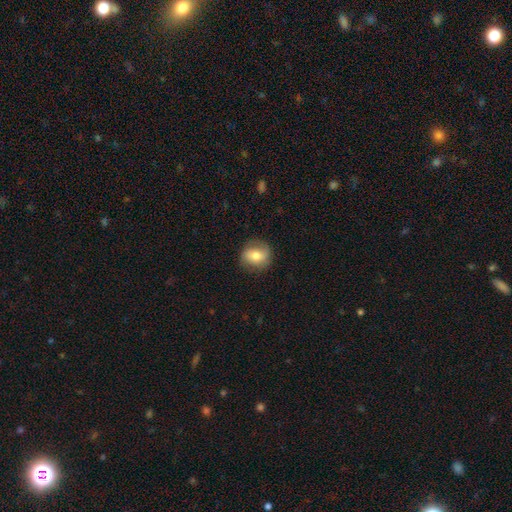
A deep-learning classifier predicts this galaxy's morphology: This is possibly a smooth galaxy (59%). How rounded: likely round (71%). Merging: likely none (78%).